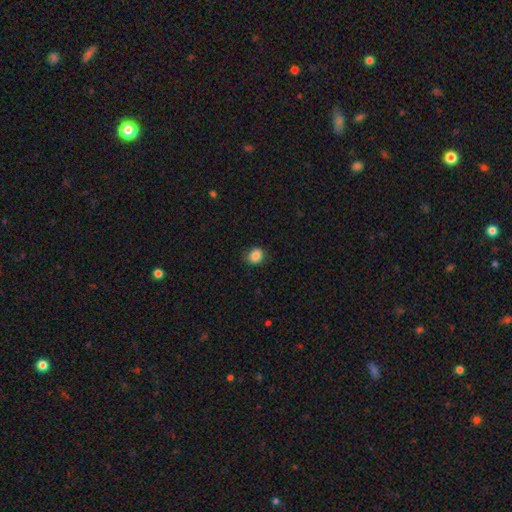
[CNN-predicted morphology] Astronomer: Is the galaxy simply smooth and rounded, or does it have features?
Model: smooth — 86%.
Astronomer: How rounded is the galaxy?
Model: round — 65%.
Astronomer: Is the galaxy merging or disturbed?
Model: none — 81%.